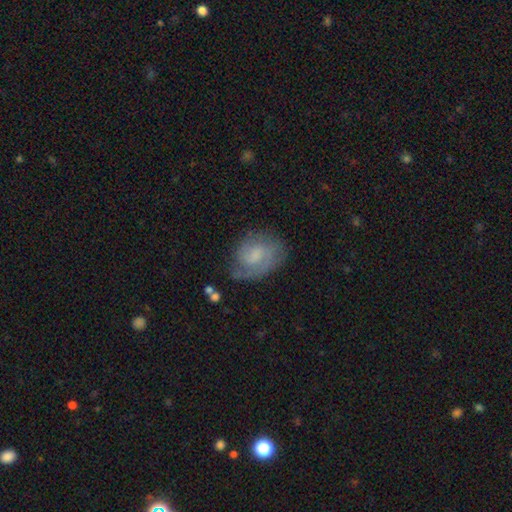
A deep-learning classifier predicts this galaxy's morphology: featured or disk 59%, smooth 33%, star or artifact 8%. Down the decision tree: edge-on disk — no (97%); bar — no (50%); spiral arms — yes (86%); bulge size — small (35%); merging — none (61%).